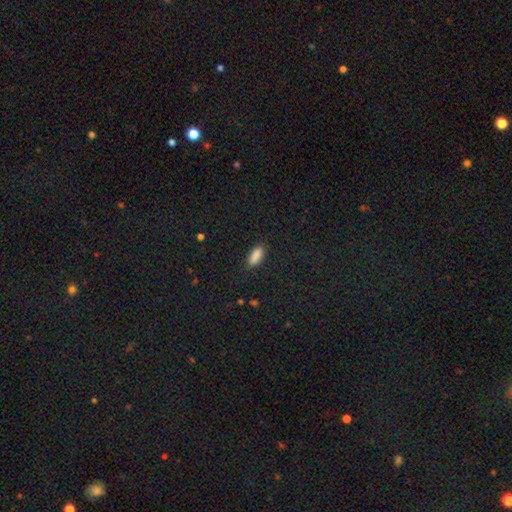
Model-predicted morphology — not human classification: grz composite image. It shows a smooth galaxy with no disk features (88%) that is in between round and cigar-shaped (81%). Merging: none (86%).